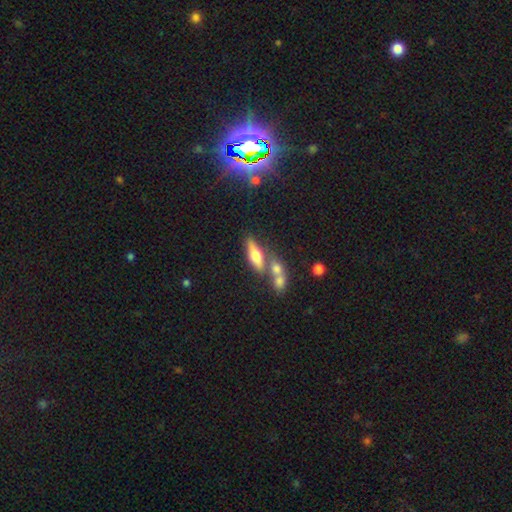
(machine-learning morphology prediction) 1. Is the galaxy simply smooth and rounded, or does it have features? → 48% smooth, 42% featured or disk, 9% star or artifact.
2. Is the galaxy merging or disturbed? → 49% none, 35% merger, 11% minor disturbance, 5% major disturbance.